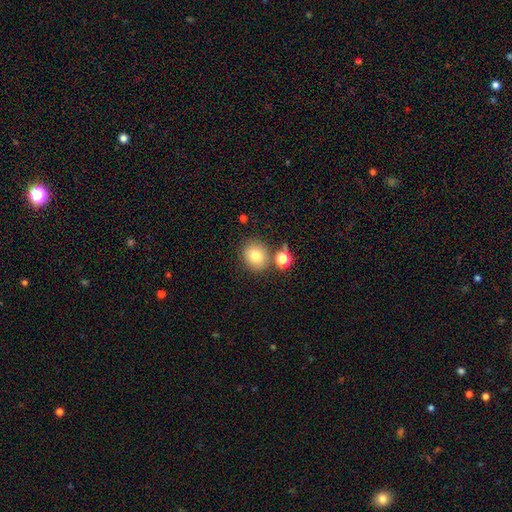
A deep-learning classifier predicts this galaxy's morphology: A smooth galaxy with no disk features (77%) that is round (79%). Merging: none (73%).